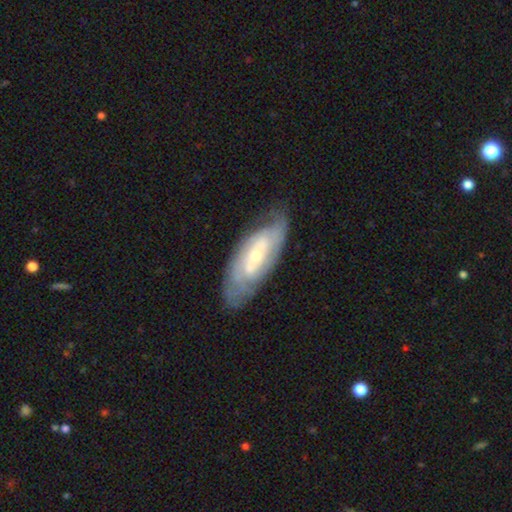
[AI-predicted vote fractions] A featured or disk galaxy (75%) with a weak bar (39%), tight (55%) spiral arms (83%) and a small central bulge (56%). Merging: none (69%).